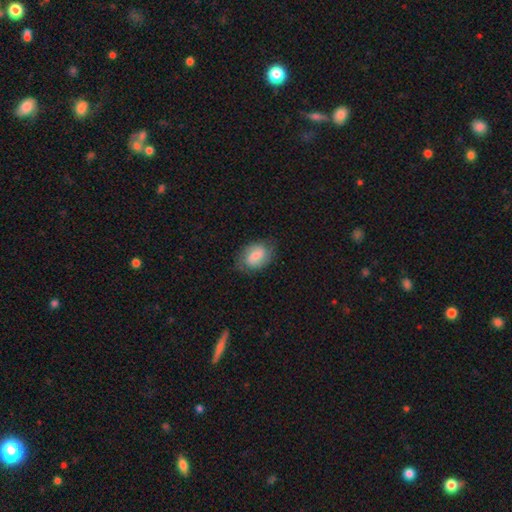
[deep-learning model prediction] smooth-or-featured: smooth: 53% | featured or disk: 40% | star or artifact: 7%
  how-rounded: in between: 79% | round: 20% | cigar-shaped: 2%
  merging: none: 74% | minor disturbance: 19% | major disturbance: 6% | merger: 1%